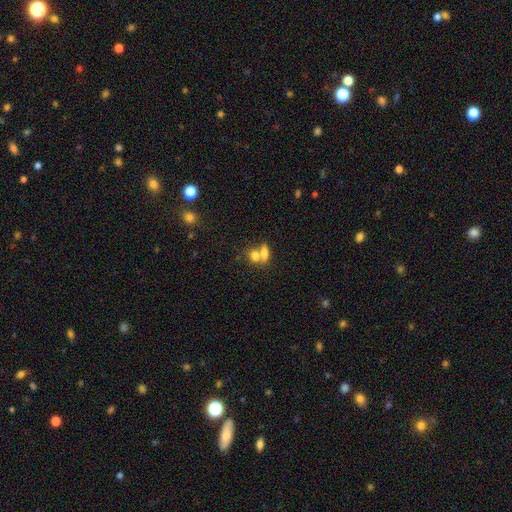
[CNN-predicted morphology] smooth 75%, featured or disk 14%, star or artifact 10%. Down the decision tree: how rounded — in between (61%); merging — merger (53%).